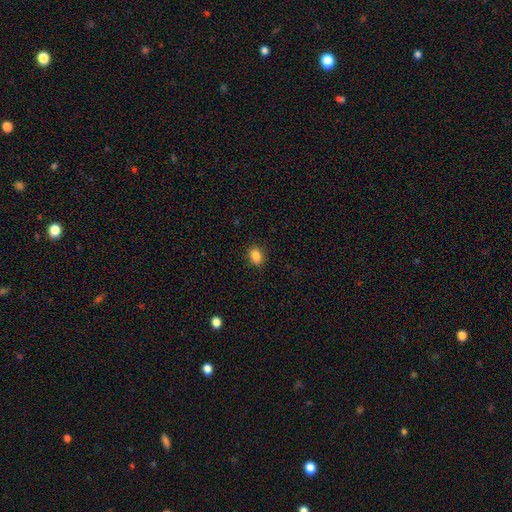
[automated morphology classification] type=smooth (85%); roundness=in between (57%); merging=none (87%).